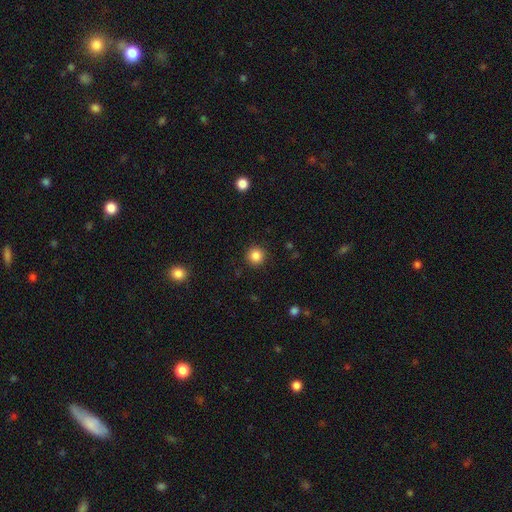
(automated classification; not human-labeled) This is clearly a smooth galaxy (86%). How rounded: clearly round (95%). Merging: clearly none (91%).